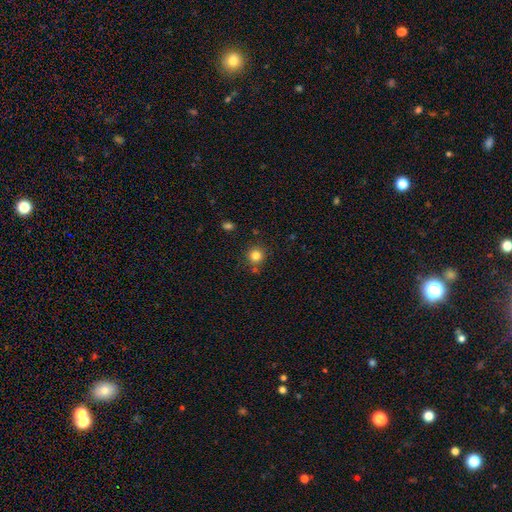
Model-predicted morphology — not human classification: Smooth or featured?
  - smooth: 82% *
  - star or artifact: 12%
  - featured or disk: 5%
How rounded?
  - round: 93% *
  - in between: 6%
  - cigar-shaped: 1%
Merging?
  - none: 82% *
  - minor disturbance: 9%
  - merger: 6%
  - major disturbance: 3%